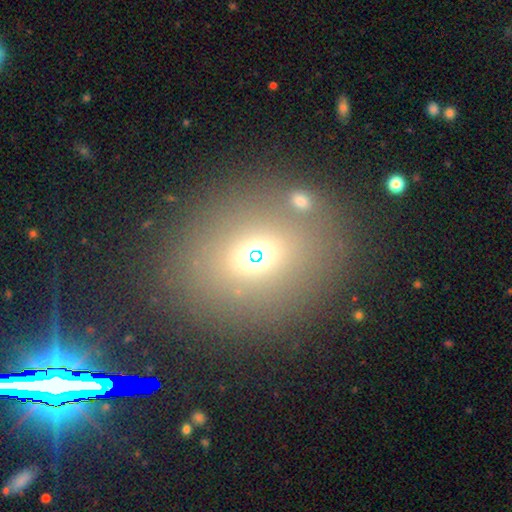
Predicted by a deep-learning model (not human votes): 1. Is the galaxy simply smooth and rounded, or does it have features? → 59% smooth, 27% star or artifact, 14% featured or disk.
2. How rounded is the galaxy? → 62% round, 36% in between, 2% cigar-shaped.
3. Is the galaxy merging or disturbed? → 77% none, 10% minor disturbance, 8% merger, 6% major disturbance.